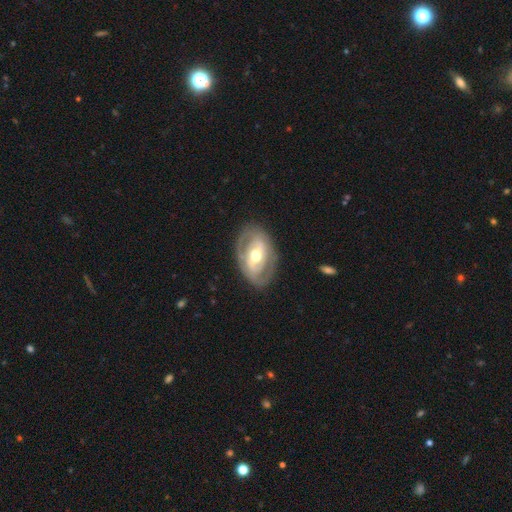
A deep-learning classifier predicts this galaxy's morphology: Smooth or featured? Predicted: featured or disk (p=0.73). Edge-on disk? Predicted: no (p=0.94). Bar? Predicted: no (p=0.41). Spiral arms? Predicted: yes (p=0.53). Bulge size? Predicted: moderate (p=0.73). Merging? Predicted: none (p=0.78).